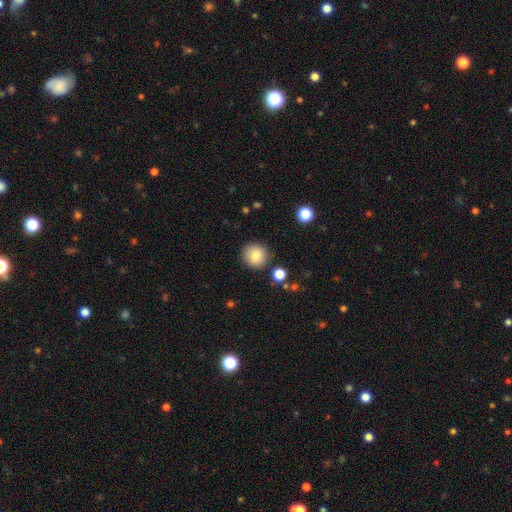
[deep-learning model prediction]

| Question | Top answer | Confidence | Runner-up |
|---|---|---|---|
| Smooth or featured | smooth | 83% | star or artifact (9%) |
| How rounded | round | 93% | in between (6%) |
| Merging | none | 87% | minor disturbance (8%) |